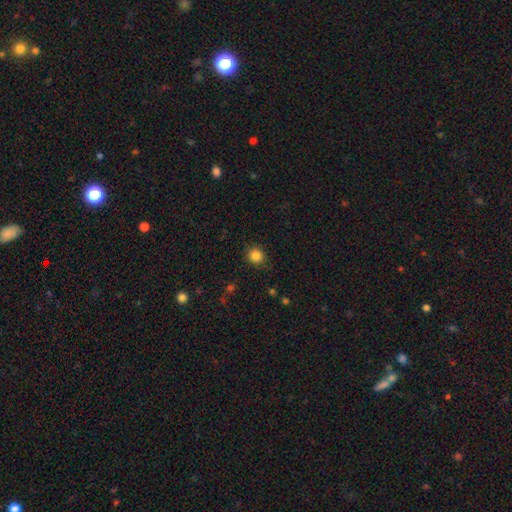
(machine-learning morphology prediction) Smooth or featured? Predicted: smooth (p=0.85). How rounded? Predicted: round (p=0.87). Merging? Predicted: none (p=0.88).